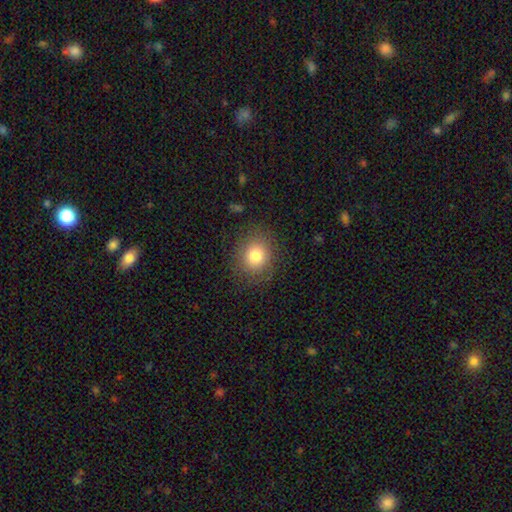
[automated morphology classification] This is likely a smooth galaxy (78%). How rounded: likely round (73%). Merging: clearly none (83%).